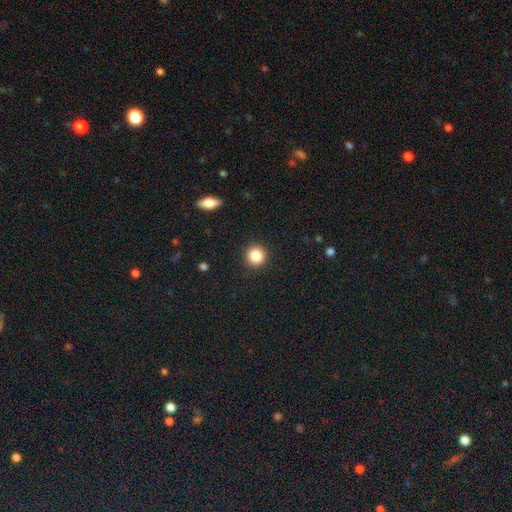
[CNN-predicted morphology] type=smooth (86%); roundness=round (94%); merging=none (91%).